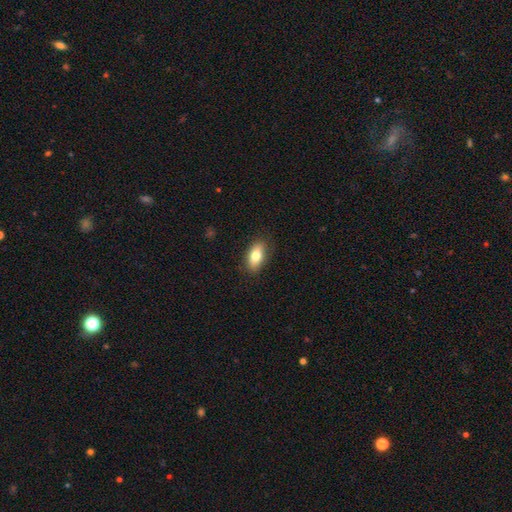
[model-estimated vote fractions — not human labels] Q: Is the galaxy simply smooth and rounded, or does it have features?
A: smooth — 79%.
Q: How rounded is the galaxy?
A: in between — 88%.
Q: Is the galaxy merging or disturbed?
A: none — 86%.